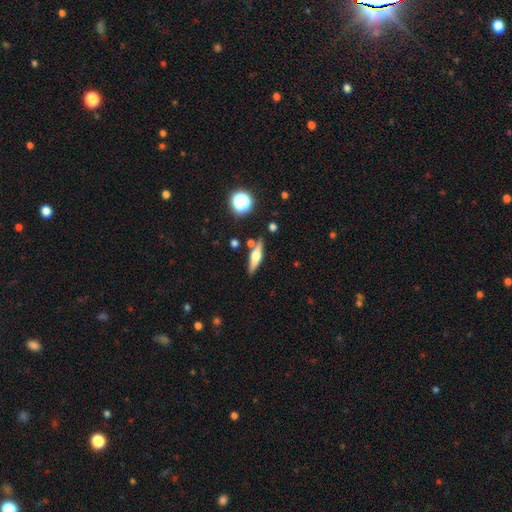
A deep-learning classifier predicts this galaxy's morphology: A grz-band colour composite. It shows a featured or disk galaxy (56%) viewed edge-on (94%) with a rounded central bulge (88%). Merging: none (80%).